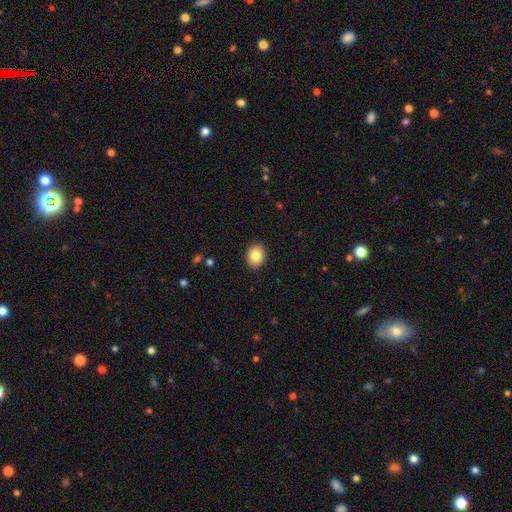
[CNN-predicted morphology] The model was most divided on "how rounded": in between: 55%, round: 44%, cigar-shaped: 1%. More confident: merging — none (91%); smooth or featured — smooth (83%).